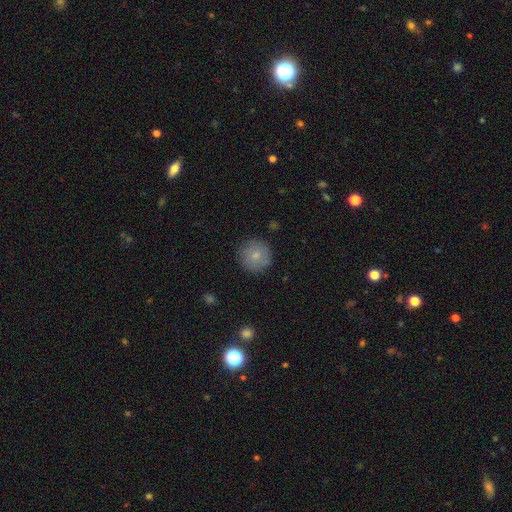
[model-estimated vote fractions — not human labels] Smooth or featured? Predicted: smooth (p=0.80). How rounded? Predicted: round (p=0.95). Merging? Predicted: none (p=0.87).